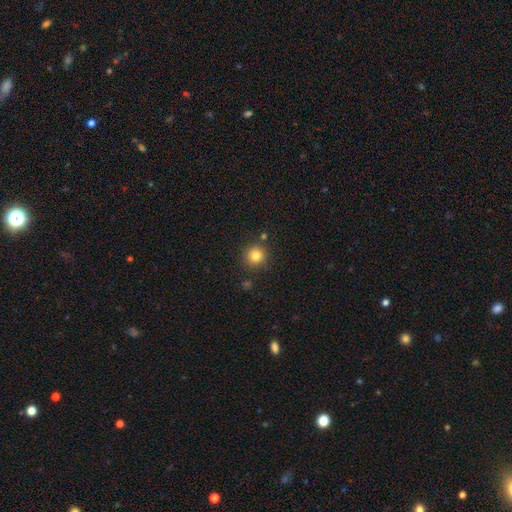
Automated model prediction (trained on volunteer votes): Smooth or featured?
  - smooth: 81% *
  - star or artifact: 12%
  - featured or disk: 6%
How rounded?
  - round: 94% *
  - in between: 5%
  - cigar-shaped: 1%
Merging?
  - none: 85% *
  - minor disturbance: 8%
  - merger: 4%
  - major disturbance: 2%